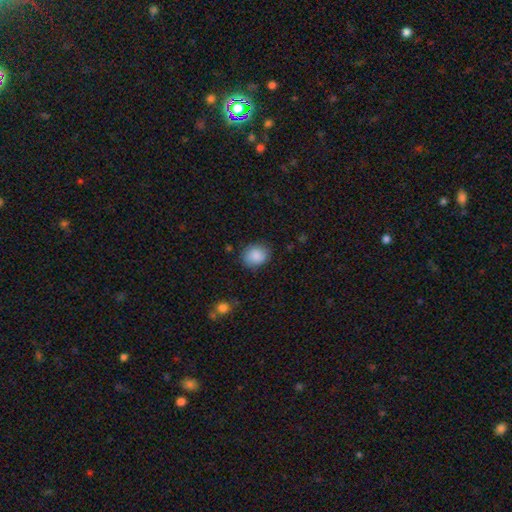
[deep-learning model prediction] Smooth or featured?
  - smooth: 86% *
  - star or artifact: 7%
  - featured or disk: 7%
How rounded?
  - round: 63% *
  - in between: 36%
  - cigar-shaped: 1%
Merging?
  - none: 78% *
  - minor disturbance: 17%
  - major disturbance: 4%
  - merger: 1%